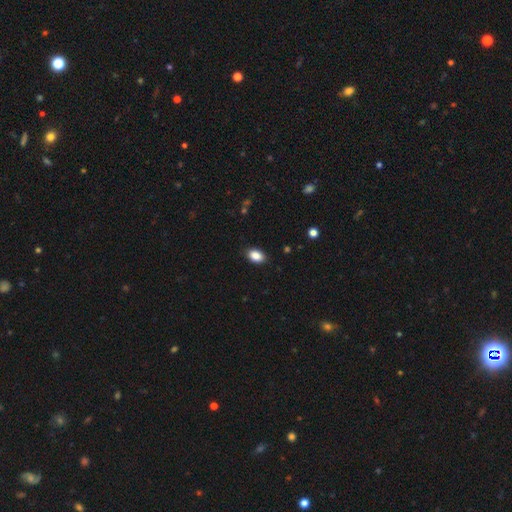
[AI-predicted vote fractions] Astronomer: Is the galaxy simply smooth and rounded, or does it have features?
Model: smooth — 88%.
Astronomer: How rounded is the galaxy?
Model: in between — 88%.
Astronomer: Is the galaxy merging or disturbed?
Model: none — 87%.